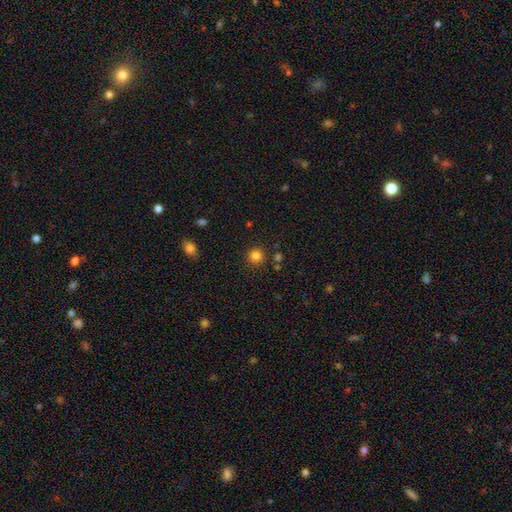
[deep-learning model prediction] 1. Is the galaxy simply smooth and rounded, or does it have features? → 82% smooth, 13% star or artifact, 5% featured or disk.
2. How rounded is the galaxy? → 93% round, 6% in between, 1% cigar-shaped.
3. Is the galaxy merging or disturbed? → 88% none, 7% minor disturbance, 3% merger, 2% major disturbance.